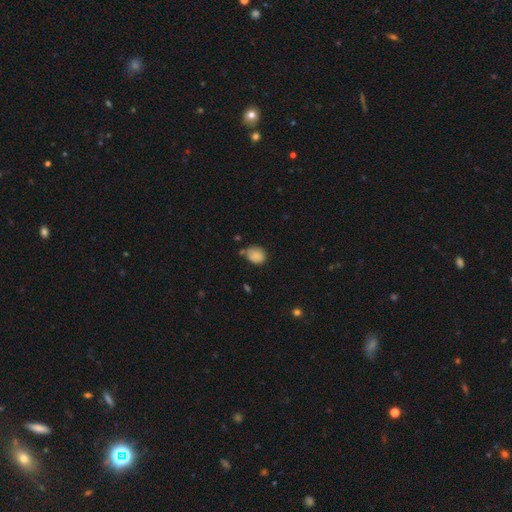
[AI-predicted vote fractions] A smooth galaxy with no disk features (84%) that is round (54%).

Vote fractions:
- Smooth or featured? smooth: 84% / star or artifact: 9% / featured or disk: 7%
- How rounded? round: 54% / in between: 45% / cigar-shaped: 1%
- Merging? none: 56% / minor disturbance: 29% / merger: 8% / major disturbance: 6%